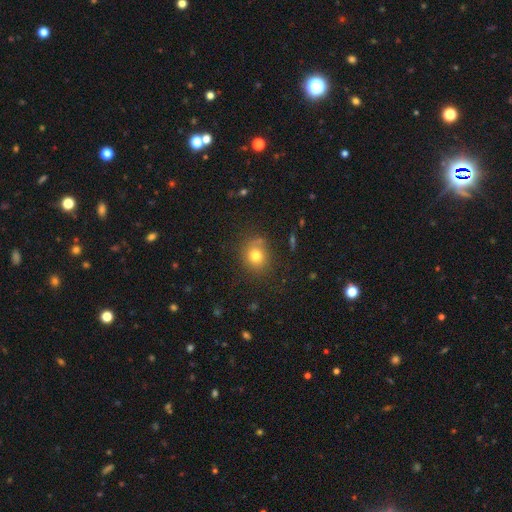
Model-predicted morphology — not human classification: Smooth or featured? smooth (77%)
How rounded? round (75%)
Merging? none (74%)